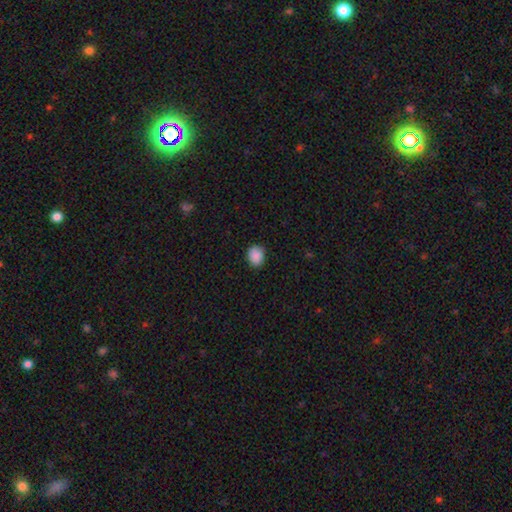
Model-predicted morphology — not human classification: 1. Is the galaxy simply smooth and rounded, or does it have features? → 89% smooth, 8% star or artifact, 3% featured or disk.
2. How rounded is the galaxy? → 52% round, 47% in between, 1% cigar-shaped.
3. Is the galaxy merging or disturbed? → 85% none, 11% minor disturbance, 2% major disturbance, 1% merger.